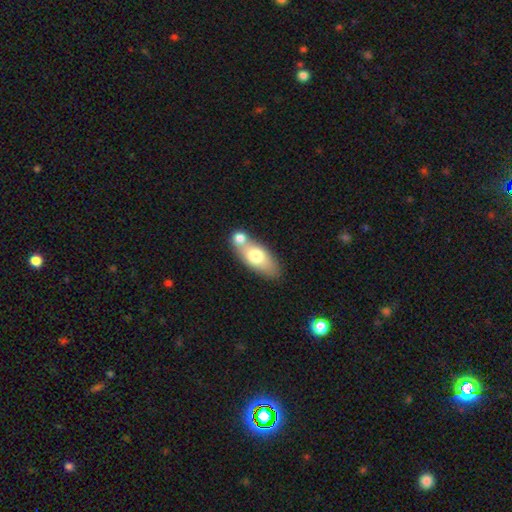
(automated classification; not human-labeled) Overall: smooth (68%). How rounded: in between (79%). Merging: none (43%; merger 42%).